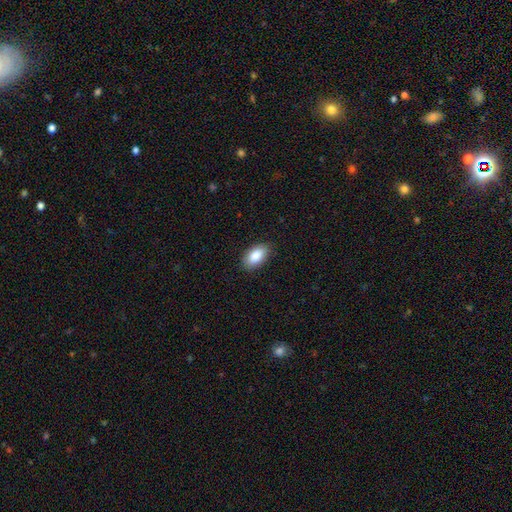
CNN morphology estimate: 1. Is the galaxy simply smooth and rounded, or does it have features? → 88% smooth, 6% star or artifact, 6% featured or disk.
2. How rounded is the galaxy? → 94% in between, 4% round, 2% cigar-shaped.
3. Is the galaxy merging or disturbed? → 87% none, 10% minor disturbance, 2% major disturbance, 1% merger.